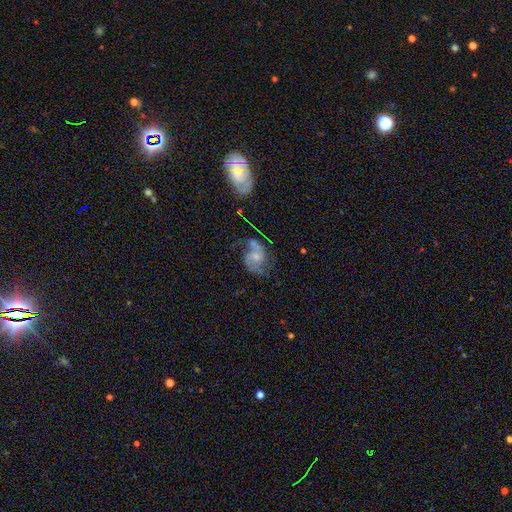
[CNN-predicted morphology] Smooth or featured: featured or disk — 73% (smooth — 17%)
Edge-on disk: no — 98% (yes — 2%)
Bar: no — 60% (weak — 34%)
Spiral arms: yes — 87% (no — 13%)
Spiral winding: medium — 45% (loose — 40%)
Spiral arm count: 2 — 74% (can't tell — 11%)
Bulge size: small — 51% (moderate — 36%)
Merging: none — 40% (major disturbance — 25%)